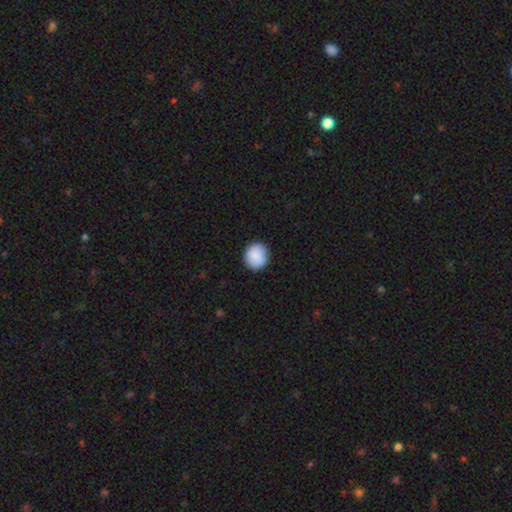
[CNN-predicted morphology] The model was most divided on "how rounded": round: 88%, in between: 11%, cigar-shaped: 1%. More confident: merging — none (89%); smooth or featured — smooth (89%).